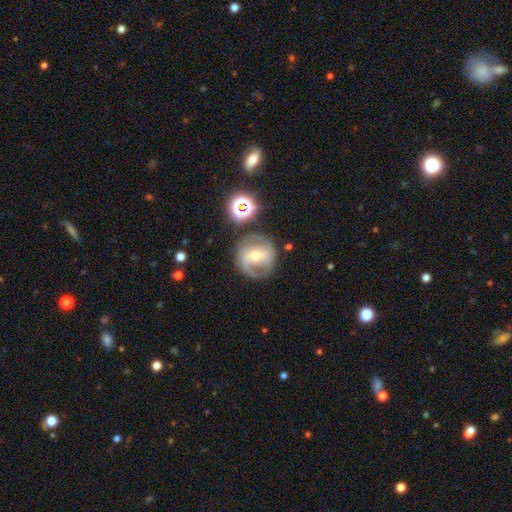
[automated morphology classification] This is likely a featured or disk galaxy (77%). It is clearly not viewed edge-on (96%). Bar: marginally strong (41%). Spiral arm pattern: clearly yes (86%). Spiral arm count: likely 2 (73%). Spiral winding: possibly medium (45%). Central bulge: possibly moderate (55%). Merging: likely none (74%).